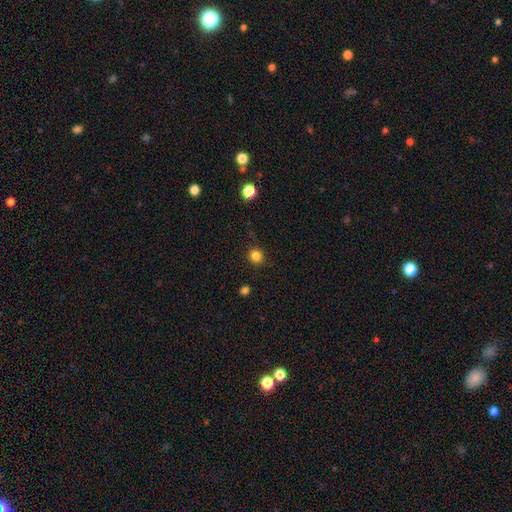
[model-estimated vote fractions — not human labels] Overall: smooth (84%). How rounded: round (86%). Merging: none (87%).